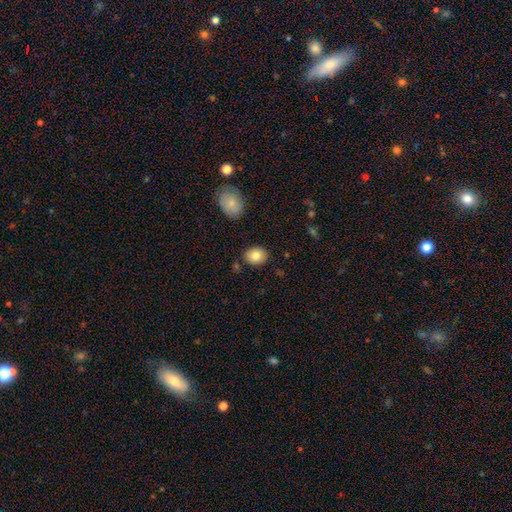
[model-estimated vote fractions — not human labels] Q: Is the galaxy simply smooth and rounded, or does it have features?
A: smooth — 82%.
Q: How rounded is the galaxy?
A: in between — 58%.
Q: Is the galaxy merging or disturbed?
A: none — 85%.